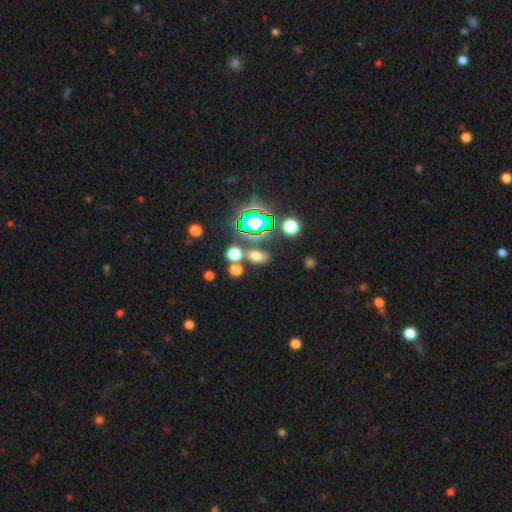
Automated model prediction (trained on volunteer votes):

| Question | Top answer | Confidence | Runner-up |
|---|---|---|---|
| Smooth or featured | smooth | 59% | star or artifact (30%) |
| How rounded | in between | 77% | round (19%) |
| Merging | none | 68% | merger (16%) |